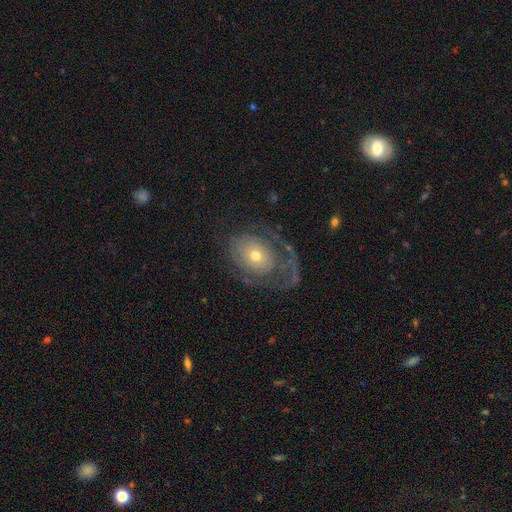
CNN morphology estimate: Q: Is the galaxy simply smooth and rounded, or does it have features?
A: featured or disk — 65%.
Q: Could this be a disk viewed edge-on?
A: no — 95%.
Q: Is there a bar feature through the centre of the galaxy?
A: no — 85%.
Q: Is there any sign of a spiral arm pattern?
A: yes — 64%.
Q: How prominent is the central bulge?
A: moderate — 50%.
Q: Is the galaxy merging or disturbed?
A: none — 46%.